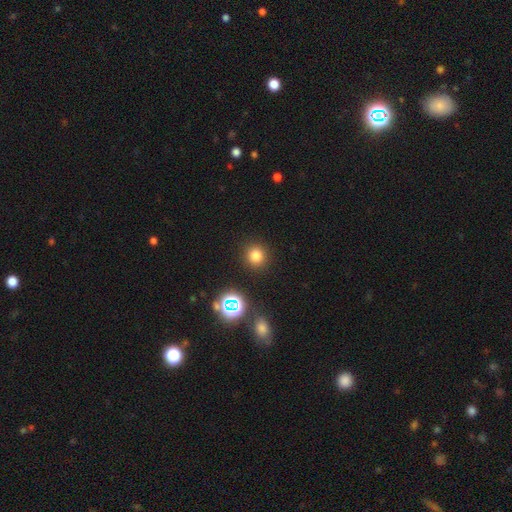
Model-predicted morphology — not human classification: This is likely a smooth galaxy (76%). How rounded: clearly round (91%). Merging: clearly none (90%).